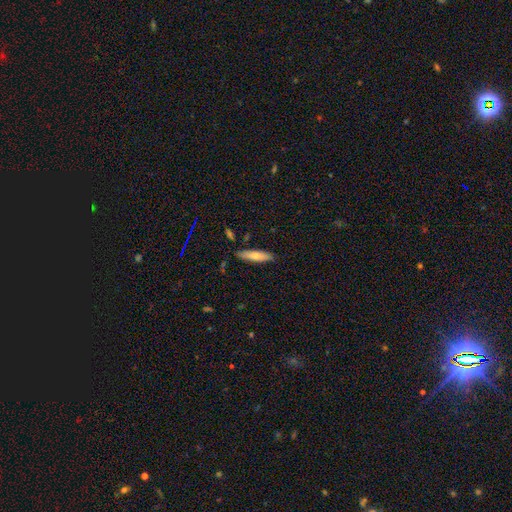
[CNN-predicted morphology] Smooth or featured? Predicted: smooth (p=0.70). How rounded? Predicted: cigar-shaped (p=0.73). Merging? Predicted: none (p=0.86).